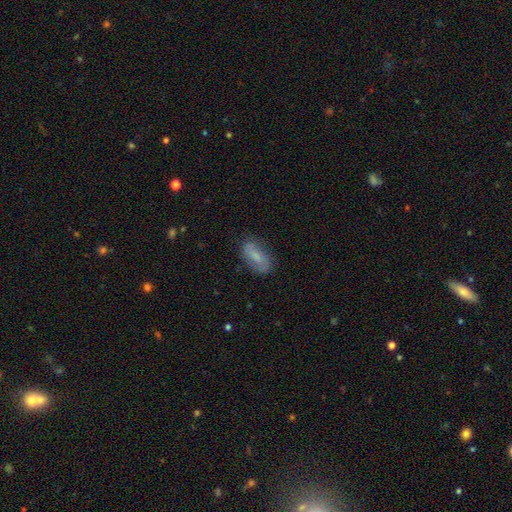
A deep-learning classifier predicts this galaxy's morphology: Smooth or featured: smooth — 63% (featured or disk — 29%)
How rounded: in between — 84% (cigar-shaped — 12%)
Merging: none — 74% (minor disturbance — 19%)